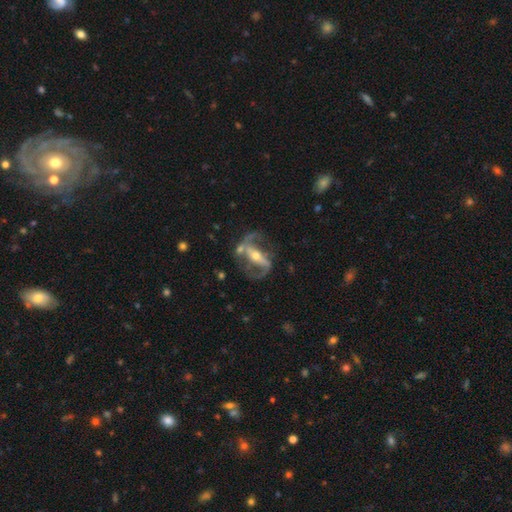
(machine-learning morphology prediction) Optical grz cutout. It shows a featured or disk galaxy (88%) with a strong bar (66%), 2 (89%) medium (48%) spiral arms (92%) and a moderate central bulge (53%). Merging: none (62%).